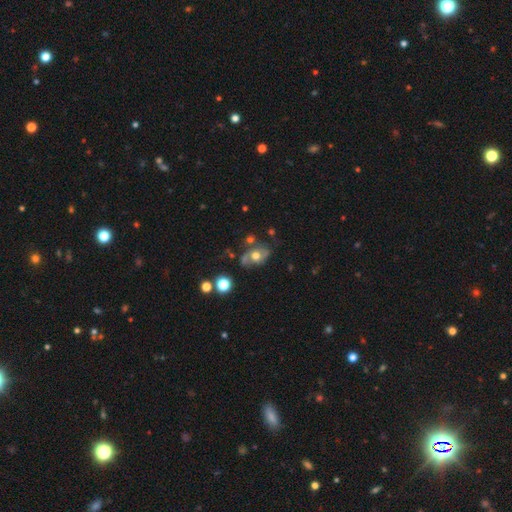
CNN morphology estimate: This appears to be a featured or disk galaxy (52%). Merging: none (59%).